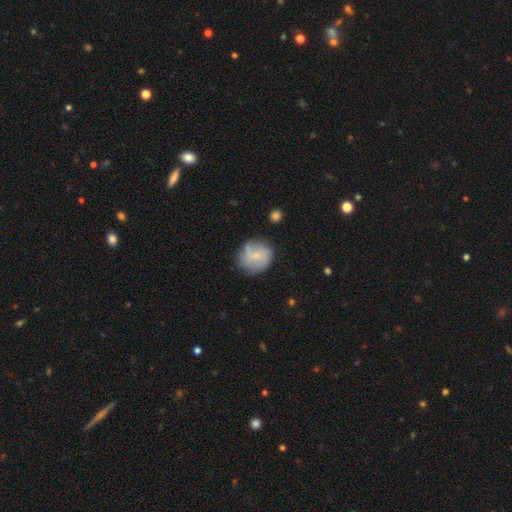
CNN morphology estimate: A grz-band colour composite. It shows a smooth galaxy with no disk features (50%) that is round (76%). Merging: none (62%).